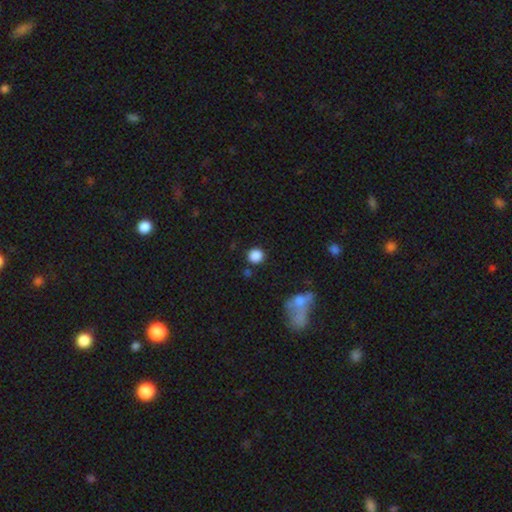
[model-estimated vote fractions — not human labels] Q: Smooth or featured?
A: smooth (86%); runner-up: star or artifact (10%)
Q: How rounded?
A: round (90%); runner-up: in between (9%)
Q: Merging?
A: none (86%); runner-up: minor disturbance (8%)